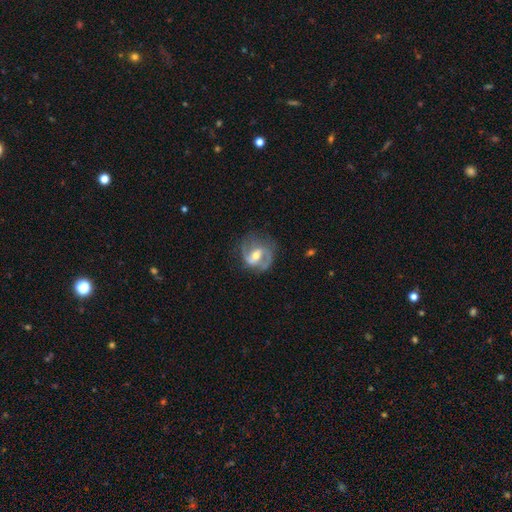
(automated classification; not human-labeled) A featured or disk galaxy (80%) with a weak bar (45%), 2 (81%) medium (49%) spiral arms (90%) and a moderate central bulge (66%).

Vote fractions:
- Smooth or featured? featured or disk: 80% / smooth: 14% / star or artifact: 6%
- Edge-on disk? no: 97% / yes: 3%
- Bar? weak: 45% / strong: 34% / no: 21%
- Spiral arms? yes: 90% / no: 10%
- Spiral winding? medium: 49% / loose: 29% / tight: 22%
- Spiral arm count? 2: 81% / can't tell: 8% / 1: 6% / 3: 3% / 4: 1% / more than 4: 1%
- Bulge size? moderate: 66% / small: 27% / large: 5% / none: 1% / dominant: 1%
- Merging? none: 66% / minor disturbance: 20% / major disturbance: 12% / merger: 2%